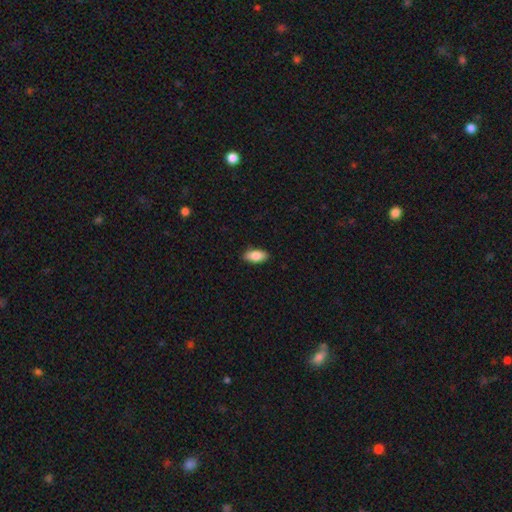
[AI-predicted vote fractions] smooth_or_featured: smooth (p=0.87) [alt: featured or disk p=0.07]
how_rounded: in between (p=0.90) [alt: cigar-shaped p=0.07]
merging: none (p=0.88) [alt: minor disturbance p=0.09]